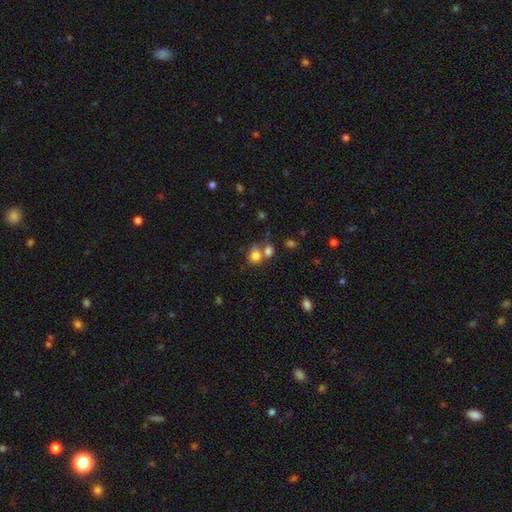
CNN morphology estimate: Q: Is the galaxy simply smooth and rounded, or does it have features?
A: smooth — 78%.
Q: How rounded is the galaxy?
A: round — 72%.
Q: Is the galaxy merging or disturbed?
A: merger — 44%.